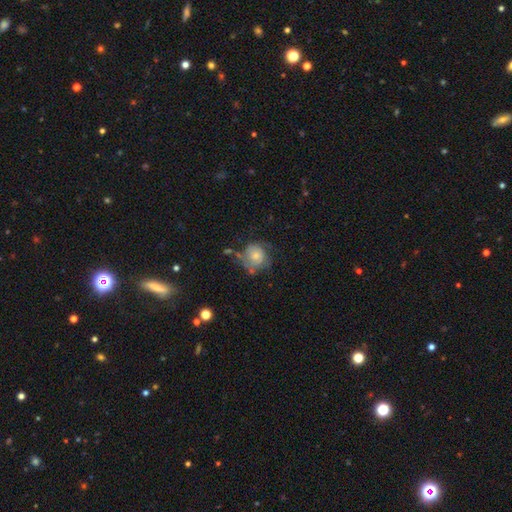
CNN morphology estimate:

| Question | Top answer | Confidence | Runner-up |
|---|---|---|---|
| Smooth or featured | featured or disk | 48% | smooth (43%) |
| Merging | none | 46% | minor disturbance (27%) |